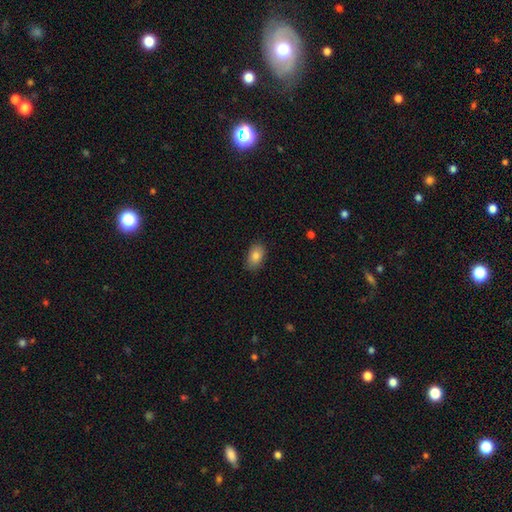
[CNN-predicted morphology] smooth 84%, featured or disk 8%, star or artifact 8%. Down the decision tree: how rounded — in between (90%); merging — none (84%).